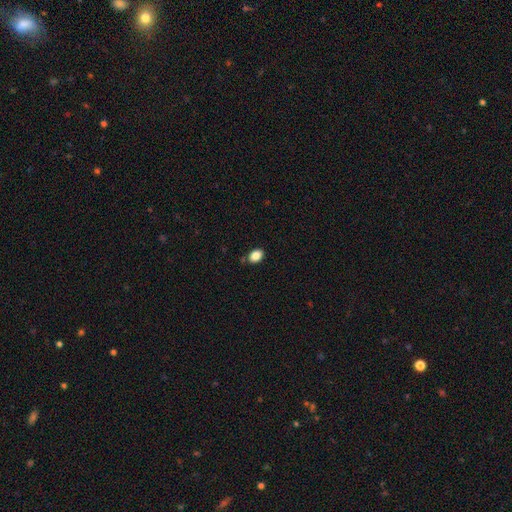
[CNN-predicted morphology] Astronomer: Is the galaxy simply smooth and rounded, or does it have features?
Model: smooth — 86%.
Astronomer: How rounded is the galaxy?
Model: in between — 77%.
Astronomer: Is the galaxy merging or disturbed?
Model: none — 79%.